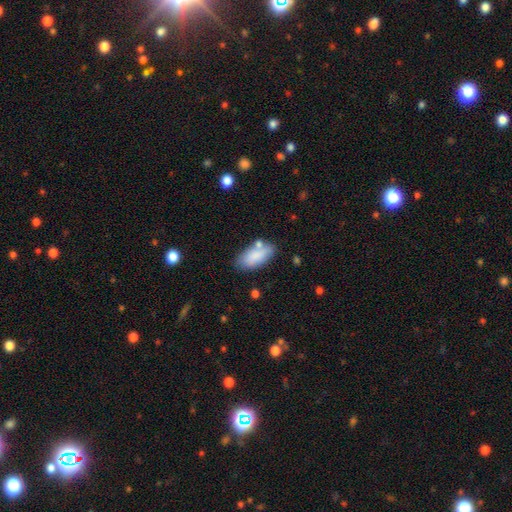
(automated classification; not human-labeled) A smooth galaxy with no disk features (82%) that is in between round and cigar-shaped (89%). Merging: none (65%).